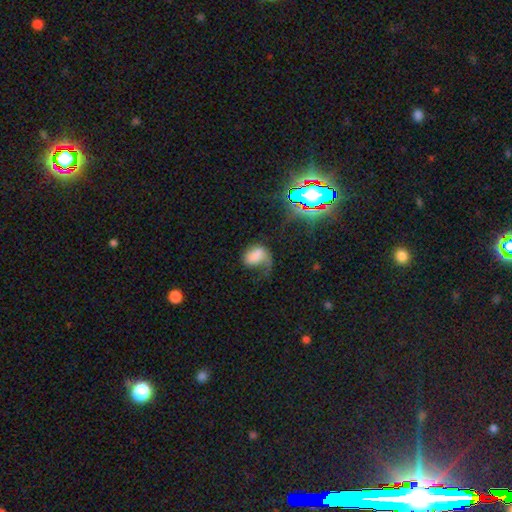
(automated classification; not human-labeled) This appears to be a smooth galaxy with no disk features (60%) that is in between round and cigar-shaped (75%). Merging: major disturbance (51%).